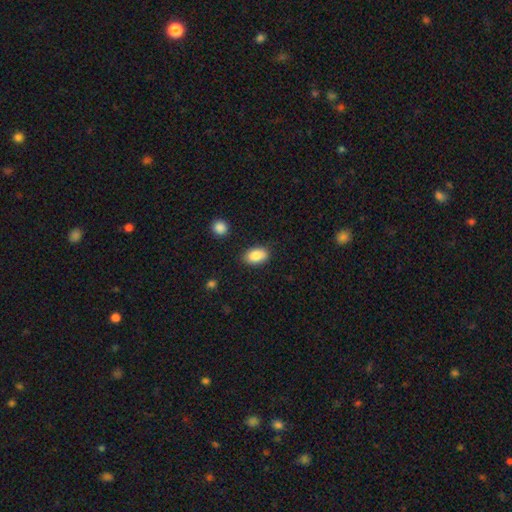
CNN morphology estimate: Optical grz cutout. It shows a smooth galaxy with no disk features (85%) that is in between round and cigar-shaped (87%). Merging: none (82%).